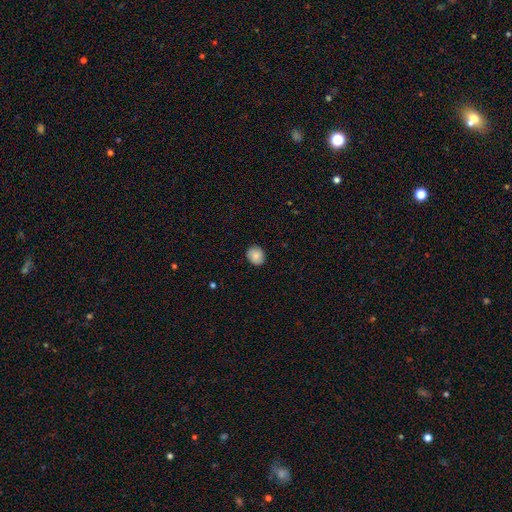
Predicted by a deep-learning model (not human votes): Q: Smooth or featured?
A: smooth (82%); runner-up: featured or disk (10%)
Q: How rounded?
A: round (69%); runner-up: in between (30%)
Q: Merging?
A: none (86%); runner-up: minor disturbance (11%)